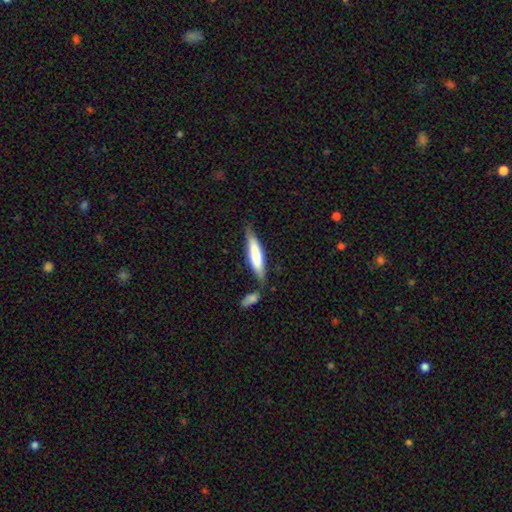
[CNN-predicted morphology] Overall: smooth (64%; featured or disk 30%). How rounded: cigar-shaped (77%). Merging: none (65%).